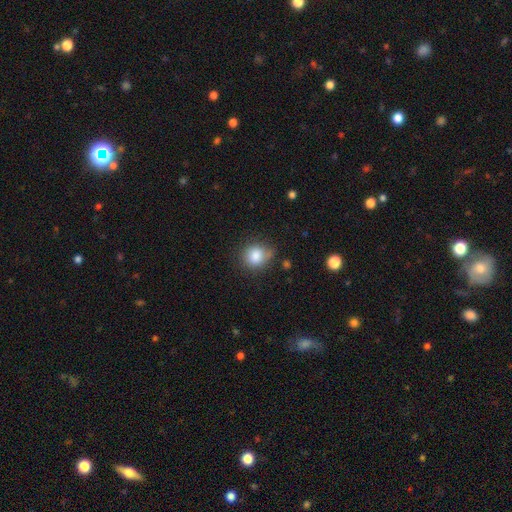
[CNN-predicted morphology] The model was most divided on "merging": none: 63%, minor disturbance: 27%, major disturbance: 7%, merger: 3%. More confident: smooth or featured — smooth (83%); how rounded — round (74%).